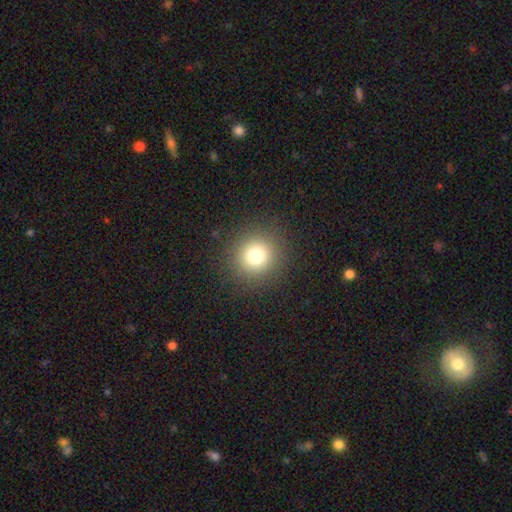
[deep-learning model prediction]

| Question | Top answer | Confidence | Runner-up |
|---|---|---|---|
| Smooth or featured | smooth | 77% | star or artifact (15%) |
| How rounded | round | 92% | in between (7%) |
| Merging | none | 89% | minor disturbance (6%) |